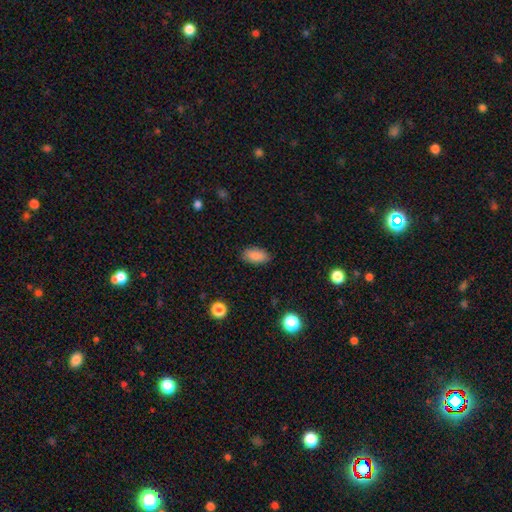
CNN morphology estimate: The model was most divided on "merging": none: 86%, minor disturbance: 10%, major disturbance: 3%, merger: 1%. More confident: how rounded — in between (92%); smooth or featured — smooth (87%).